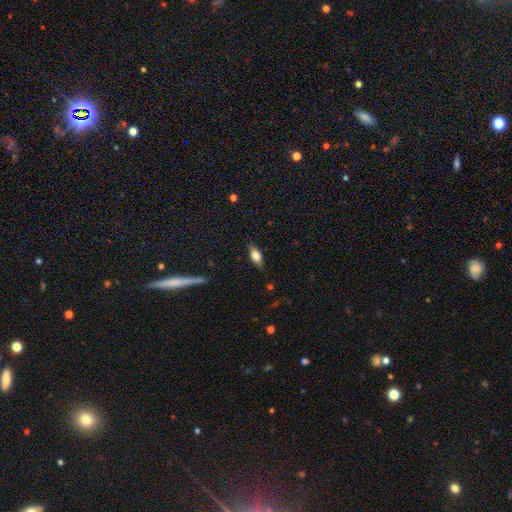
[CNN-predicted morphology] Q: Smooth or featured?
A: smooth (70%); runner-up: featured or disk (23%)
Q: How rounded?
A: in between (80%); runner-up: cigar-shaped (16%)
Q: Merging?
A: none (84%); runner-up: minor disturbance (12%)